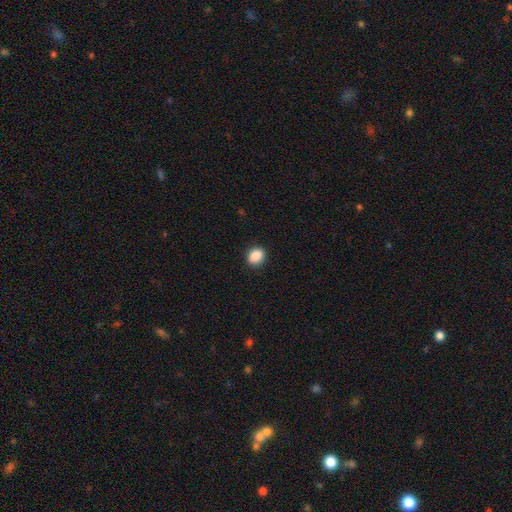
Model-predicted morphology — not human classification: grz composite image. It shows a smooth galaxy with no disk features (88%) that is round (50%). Merging: none (89%).